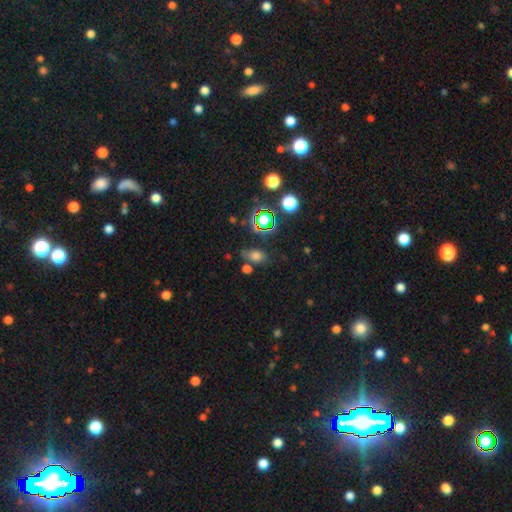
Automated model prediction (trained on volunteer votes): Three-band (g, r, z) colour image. It shows a smooth galaxy with no disk features (62%) that is in between round and cigar-shaped (74%). Merging: none (62%).